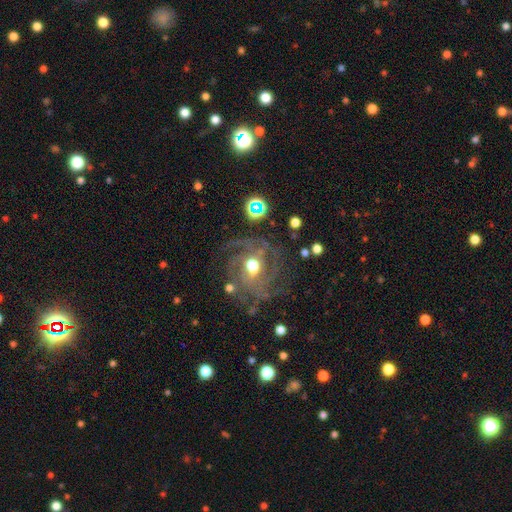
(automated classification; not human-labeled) featured or disk 83%, star or artifact 10%, smooth 7%. Down the decision tree: edge-on disk — no (97%); bar — weak (41%, tied with no); spiral arms — yes (95%); spiral arm count — 3 (28%); spiral winding — tight (54%); bulge size — moderate (70%); merging — none (71%).